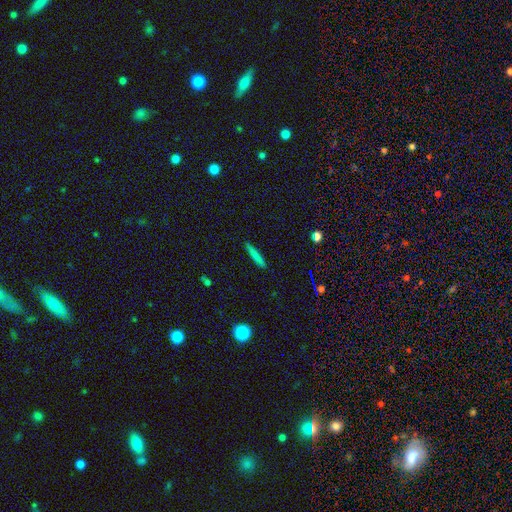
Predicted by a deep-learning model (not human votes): The model was most divided on "smooth or featured": smooth: 77%, featured or disk: 14%, star or artifact: 9%. More confident: how rounded — cigar-shaped (92%); merging — none (88%).